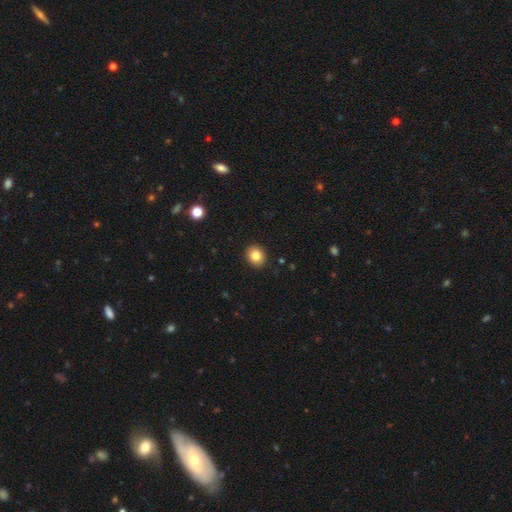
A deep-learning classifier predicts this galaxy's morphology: The model was most divided on "how rounded": round: 75%, in between: 24%, cigar-shaped: 1%. More confident: merging — none (92%); smooth or featured — smooth (83%).